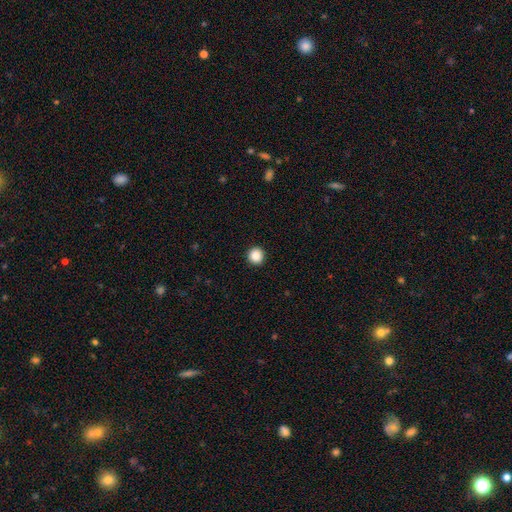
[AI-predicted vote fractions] smooth-or-featured: smooth: 88% | star or artifact: 9% | featured or disk: 3%
  how-rounded: round: 95% | in between: 4% | cigar-shaped: 1%
  merging: none: 94% | minor disturbance: 4% | major disturbance: 1% | merger: 1%